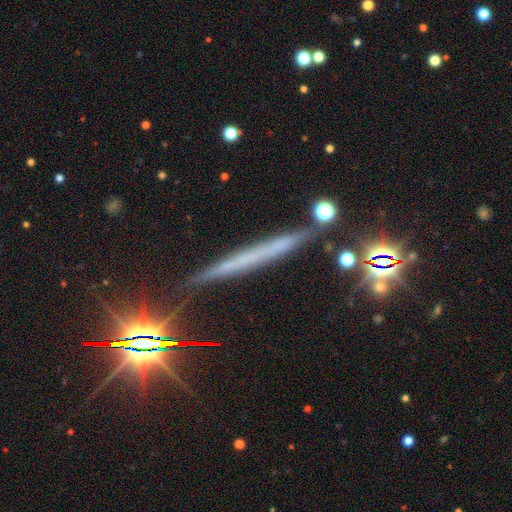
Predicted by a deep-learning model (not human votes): Overall: featured or disk (45%; smooth 30%). Merging: none (84%).